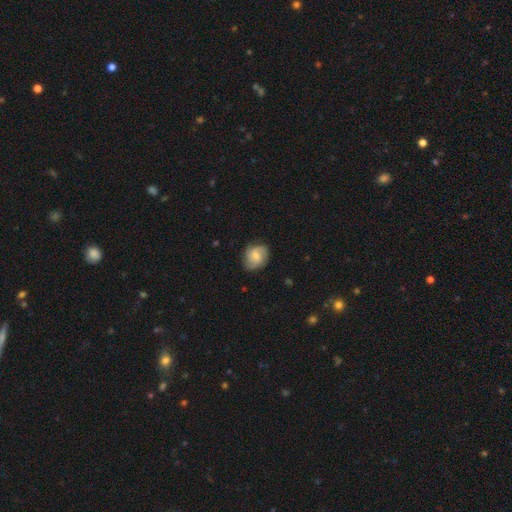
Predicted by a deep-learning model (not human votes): featured or disk 56%, smooth 37%, star or artifact 7%. Down the decision tree: edge-on disk — no (97%); bar — no (54%); spiral arms — yes (91%); bulge size — small (46%); merging — none (76%).